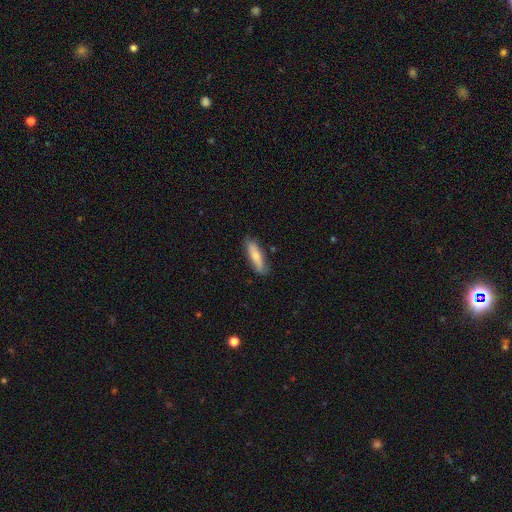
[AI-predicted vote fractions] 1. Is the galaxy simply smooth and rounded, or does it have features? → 67% smooth, 27% featured or disk, 6% star or artifact.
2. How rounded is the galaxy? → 60% cigar-shaped, 38% in between, 2% round.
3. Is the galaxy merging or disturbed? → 80% none, 16% minor disturbance, 3% major disturbance, 2% merger.